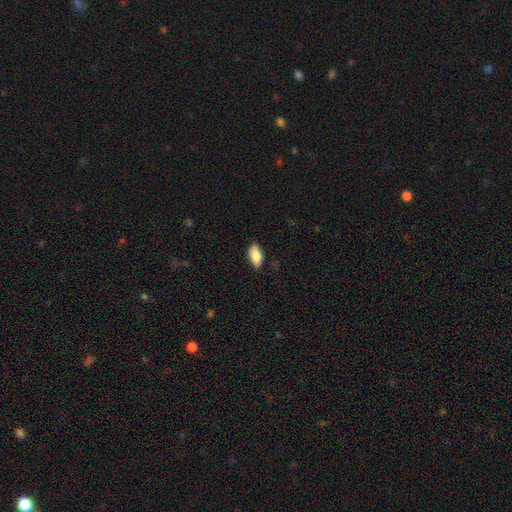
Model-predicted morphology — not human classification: Smooth or featured: smooth — 79% (featured or disk — 15%)
How rounded: in between — 87% (cigar-shaped — 10%)
Merging: none — 83% (minor disturbance — 13%)